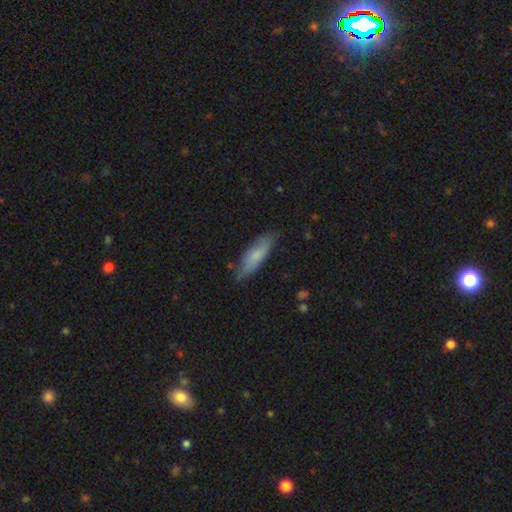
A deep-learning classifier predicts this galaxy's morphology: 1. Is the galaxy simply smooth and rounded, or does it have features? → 69% smooth, 25% featured or disk, 6% star or artifact.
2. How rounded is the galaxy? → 53% cigar-shaped, 45% in between, 2% round.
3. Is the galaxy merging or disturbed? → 75% none, 20% minor disturbance, 4% major disturbance, 2% merger.